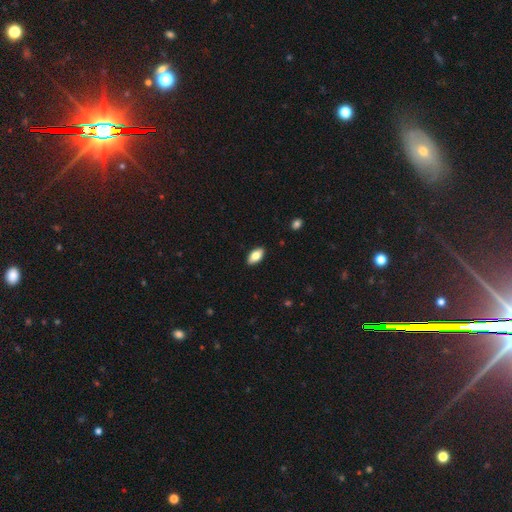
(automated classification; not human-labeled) Smooth or featured: smooth — 81% (featured or disk — 13%)
How rounded: in between — 91% (cigar-shaped — 6%)
Merging: none — 89% (minor disturbance — 8%)